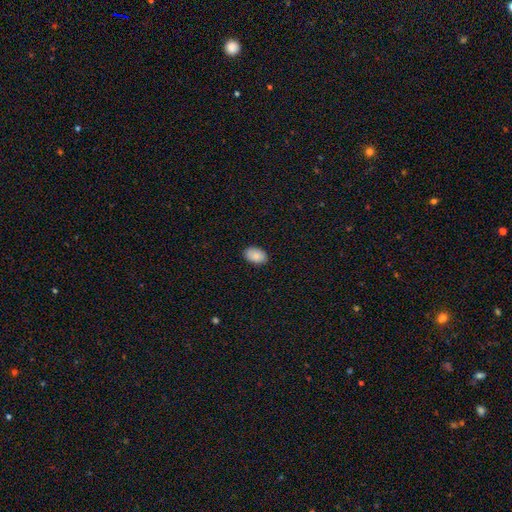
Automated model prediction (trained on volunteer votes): A smooth galaxy with no disk features (89%) that is in between round and cigar-shaped (90%). Merging: none (89%).